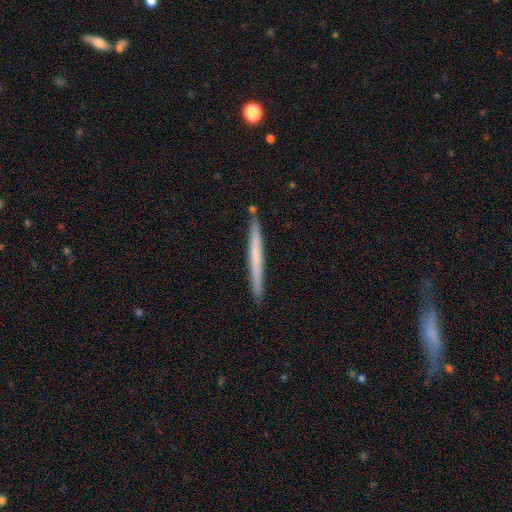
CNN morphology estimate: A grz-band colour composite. It shows a smooth galaxy with no disk features (53%) that is cigar-shaped (97%). Merging: none (91%).